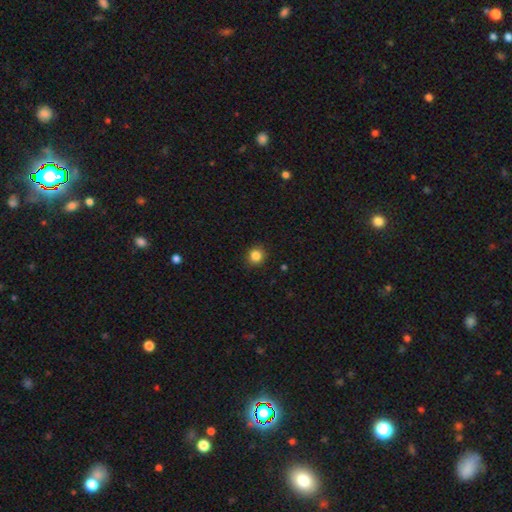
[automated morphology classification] The model was most divided on "smooth or featured": smooth: 85%, star or artifact: 11%, featured or disk: 4%. More confident: merging — none (91%); how rounded — round (91%).